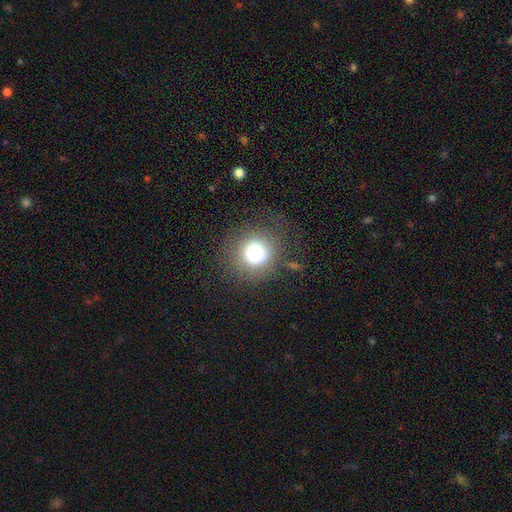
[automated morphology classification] smooth 77%, star or artifact 12%, featured or disk 11%. Down the decision tree: how rounded — round (91%); merging — none (75%).